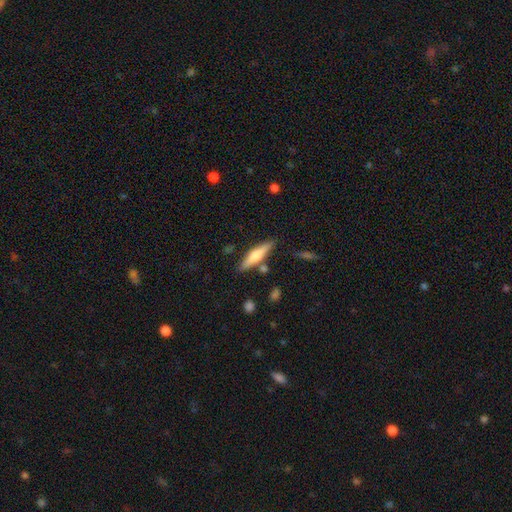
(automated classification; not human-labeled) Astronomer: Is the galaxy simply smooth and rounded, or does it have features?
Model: featured or disk — 47% (runner-up: smooth, 46%).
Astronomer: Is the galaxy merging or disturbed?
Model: none — 81%.